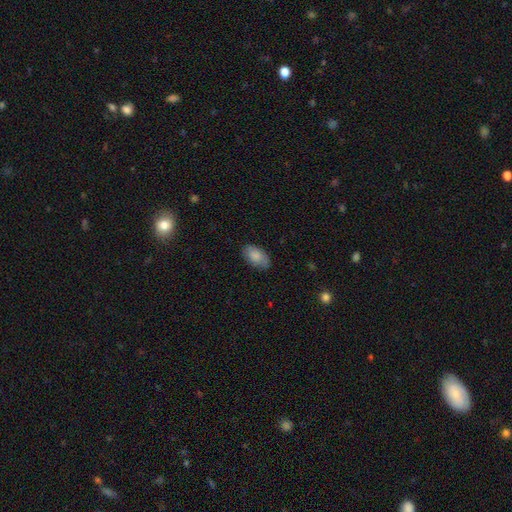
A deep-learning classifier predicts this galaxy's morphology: A smooth galaxy with no disk features (84%) that is in between round and cigar-shaped (94%). Merging: none (80%).